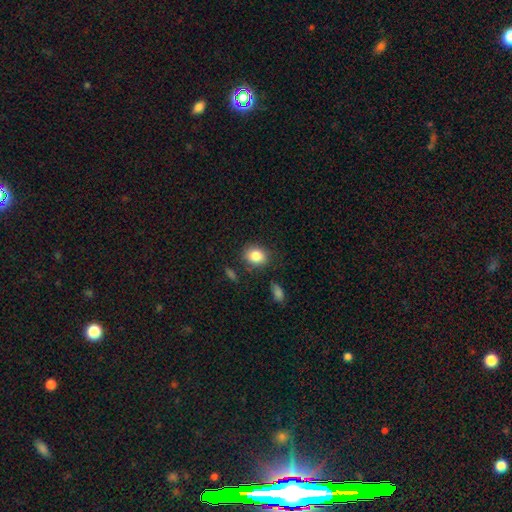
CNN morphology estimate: smooth_or_featured: smooth (p=0.85) [alt: star or artifact p=0.09]
how_rounded: round (p=0.52) [alt: in between p=0.47]
merging: none (p=0.79) [alt: minor disturbance p=0.14]